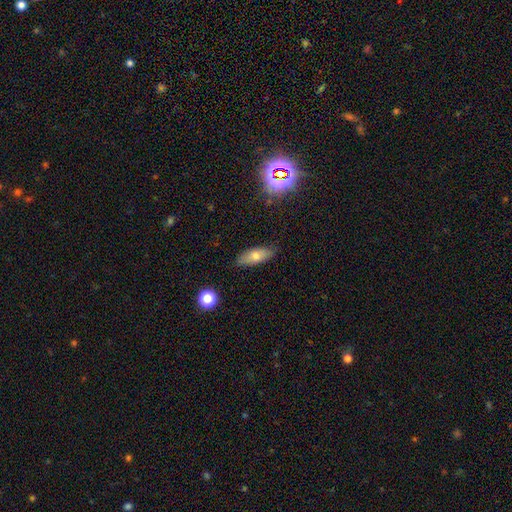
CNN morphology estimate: A smooth galaxy with no disk features (69%) that is in between round and cigar-shaped (72%). Merging: none (84%).